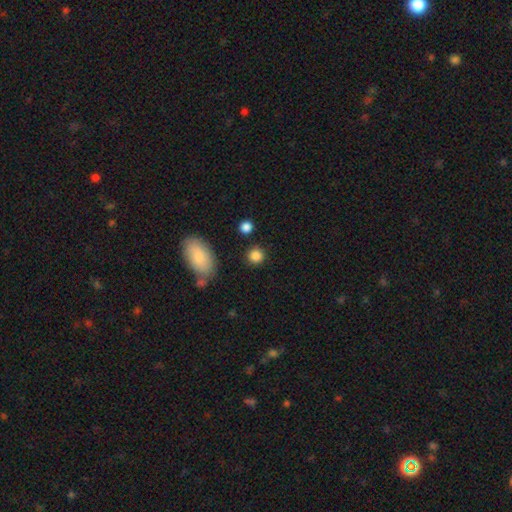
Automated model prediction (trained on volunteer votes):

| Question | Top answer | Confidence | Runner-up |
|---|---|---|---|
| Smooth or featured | smooth | 86% | star or artifact (9%) |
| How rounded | round | 89% | in between (10%) |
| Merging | none | 86% | minor disturbance (8%) |